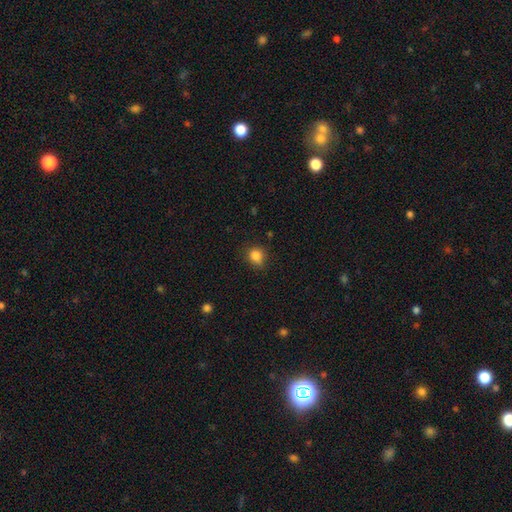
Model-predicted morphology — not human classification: A smooth galaxy with no disk features (84%) that is round (72%). Merging: none (75%).